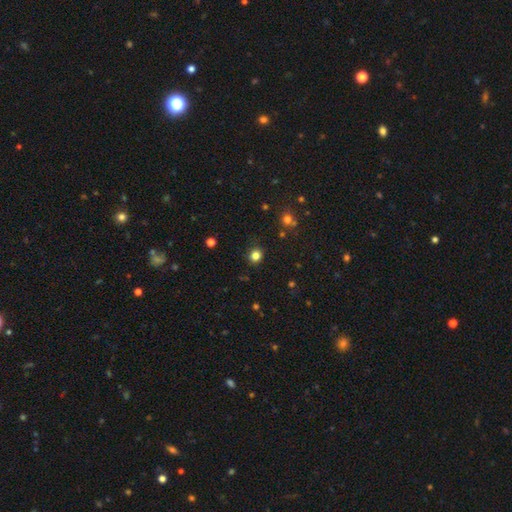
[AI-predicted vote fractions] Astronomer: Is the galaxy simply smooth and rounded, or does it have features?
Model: smooth — 82%.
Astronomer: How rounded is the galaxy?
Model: round — 86%.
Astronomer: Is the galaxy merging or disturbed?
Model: none — 89%.